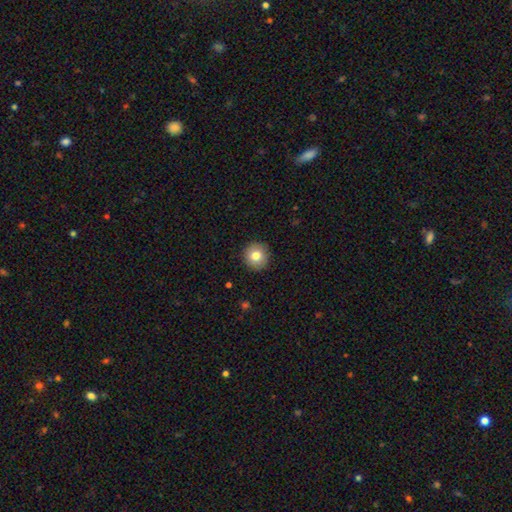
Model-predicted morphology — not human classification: Overall: smooth (80%). How rounded: round (93%). Merging: none (91%).